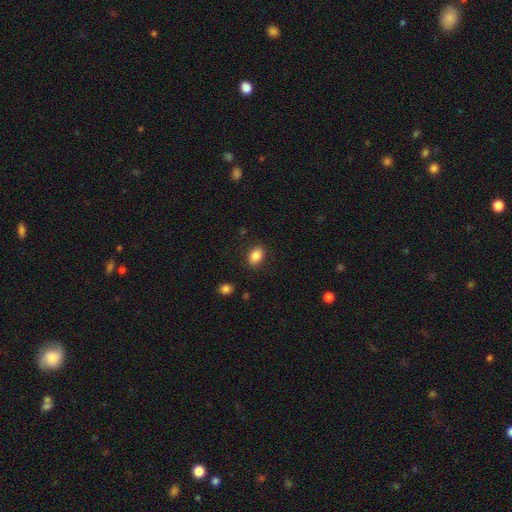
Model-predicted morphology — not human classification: A smooth galaxy with no disk features (85%) that is in between round and cigar-shaped (70%). Merging: none (86%).